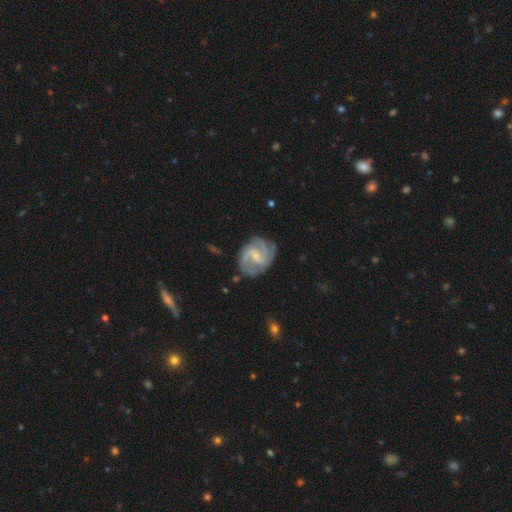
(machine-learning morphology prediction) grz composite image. It shows a featured or disk galaxy (86%) with a weak bar (55%), 2 (35%) medium (51%) spiral arms (96%) and a small central bulge (59%). Merging: none (72%).